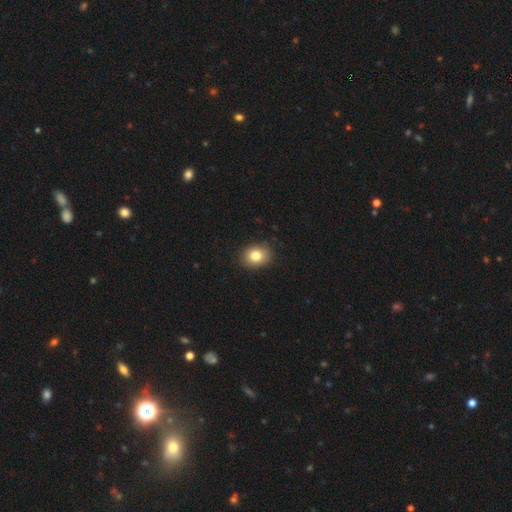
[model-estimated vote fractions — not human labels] Morphology: type=smooth (81%); roundness=in between (51%); merging=none (88%).